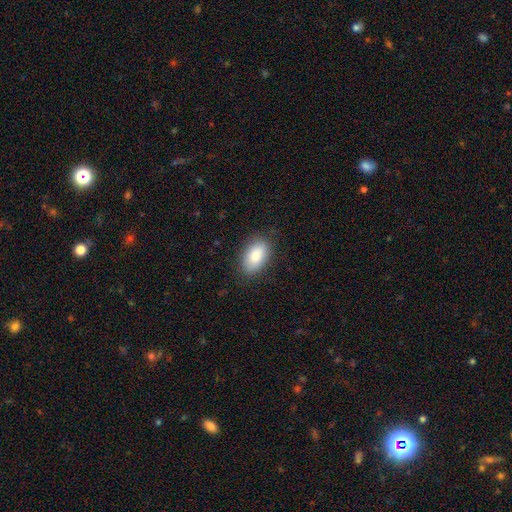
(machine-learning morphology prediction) Smooth or featured? Predicted: smooth (p=0.84). How rounded? Predicted: in between (p=0.92). Merging? Predicted: none (p=0.84).